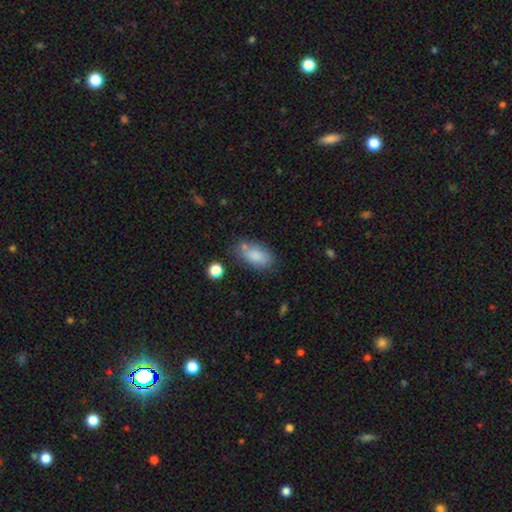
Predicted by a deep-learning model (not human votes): This is clearly a smooth galaxy (85%). How rounded: clearly in between (91%). Merging: likely none (67%).